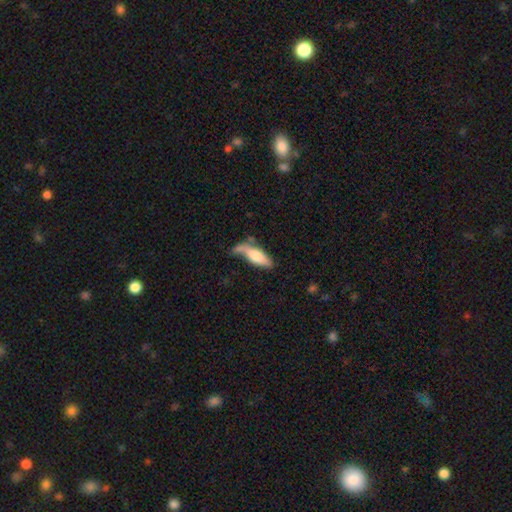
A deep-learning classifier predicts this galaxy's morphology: type=smooth (69%); roundness=in between (58%); merging=none (36%).